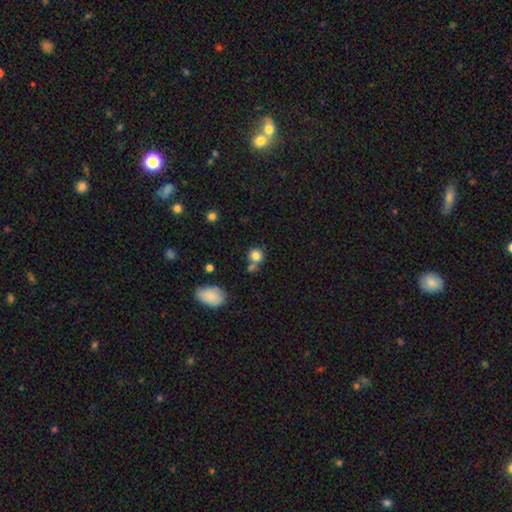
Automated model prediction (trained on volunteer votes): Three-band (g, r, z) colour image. It shows a smooth galaxy with no disk features (82%) that is round (85%). Merging: none (59%).